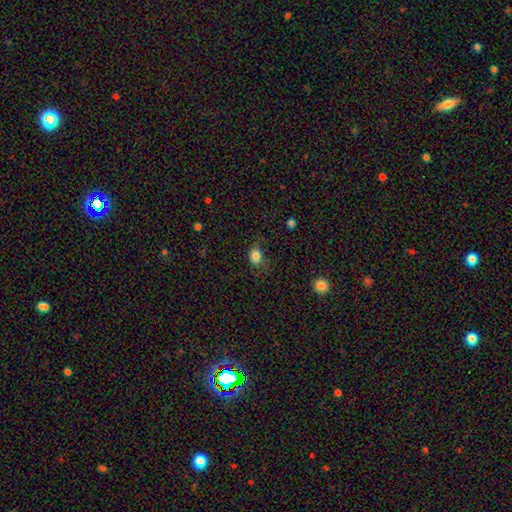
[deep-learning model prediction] Smooth or featured? Predicted: smooth (p=0.82). How rounded? Predicted: in between (p=0.54). Merging? Predicted: none (p=0.56).